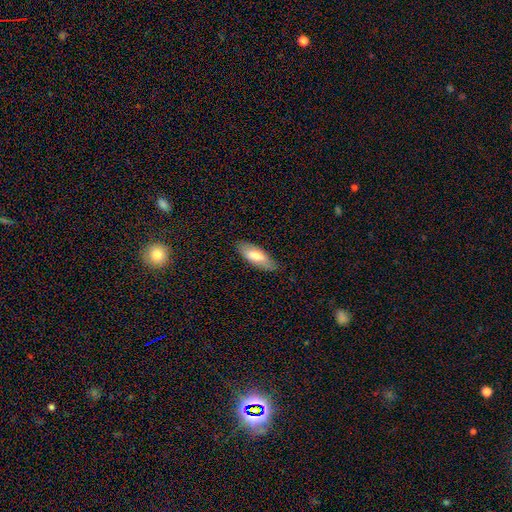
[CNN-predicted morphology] A smooth galaxy with no disk features (70%) that is in between round and cigar-shaped (69%). Merging: none (82%).